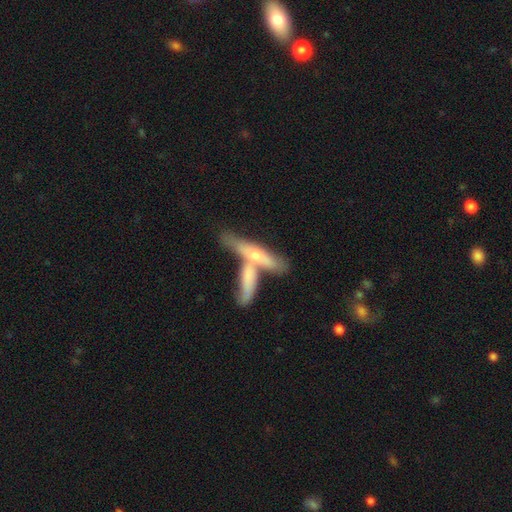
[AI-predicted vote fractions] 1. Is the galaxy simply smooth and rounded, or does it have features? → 50% featured or disk, 44% smooth, 6% star or artifact.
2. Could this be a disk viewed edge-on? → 80% yes, 20% no.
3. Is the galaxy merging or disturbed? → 45% merger, 40% none, 11% minor disturbance, 5% major disturbance.